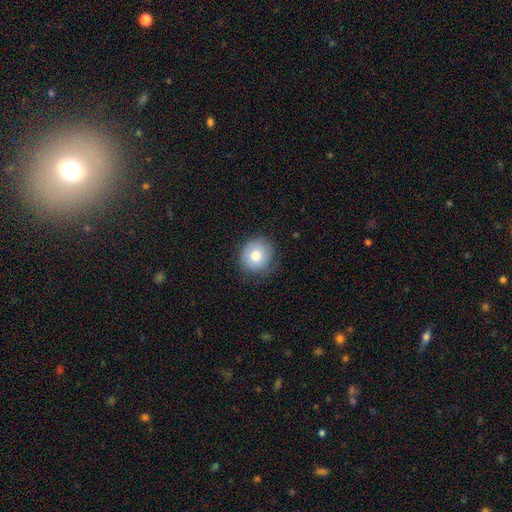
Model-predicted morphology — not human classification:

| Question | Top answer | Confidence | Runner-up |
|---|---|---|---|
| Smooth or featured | smooth | 79% | featured or disk (13%) |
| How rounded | round | 88% | in between (11%) |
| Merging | none | 79% | minor disturbance (16%) |